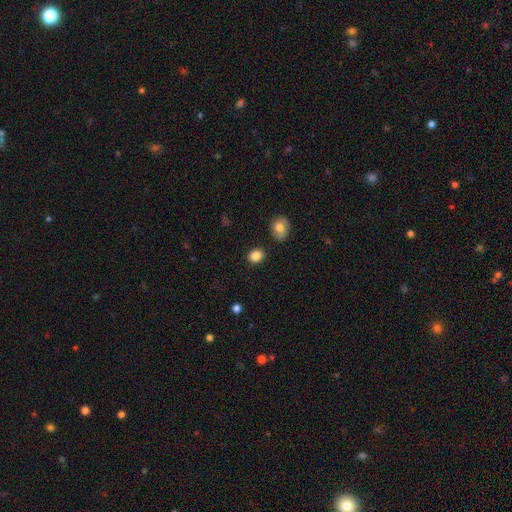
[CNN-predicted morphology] smooth_or_featured: smooth (p=0.85) [alt: star or artifact p=0.10]
how_rounded: round (p=0.58) [alt: in between p=0.41]
merging: none (p=0.86) [alt: minor disturbance p=0.09]